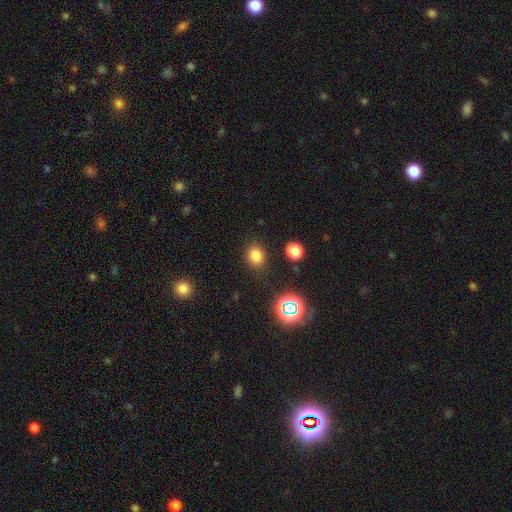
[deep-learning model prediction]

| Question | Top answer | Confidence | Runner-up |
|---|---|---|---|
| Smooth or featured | smooth | 79% | star or artifact (16%) |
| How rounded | round | 56% | in between (43%) |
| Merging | none | 85% | minor disturbance (9%) |